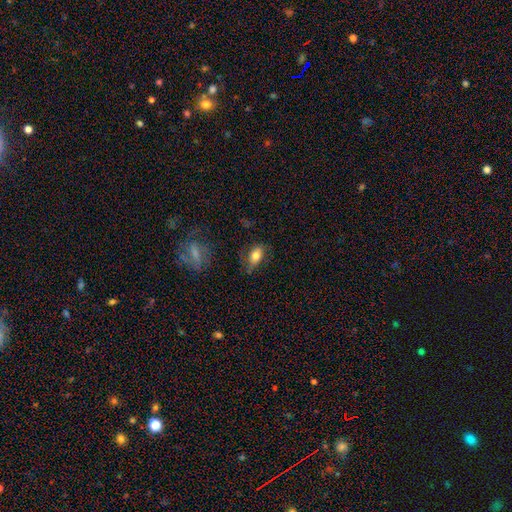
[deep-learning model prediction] Smooth or featured: smooth — 74% (featured or disk — 18%)
How rounded: in between — 85% (cigar-shaped — 8%)
Merging: none — 60% (minor disturbance — 27%)